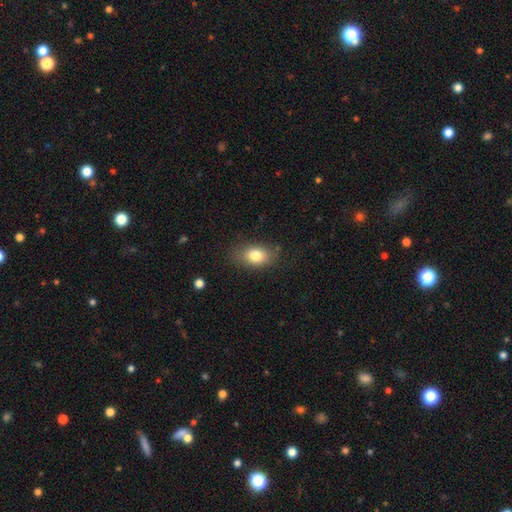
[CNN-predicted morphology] smooth-or-featured: smooth: 80% | featured or disk: 12% | star or artifact: 9%
  how-rounded: in between: 82% | round: 15% | cigar-shaped: 2%
  merging: none: 80% | minor disturbance: 15% | major disturbance: 4% | merger: 1%